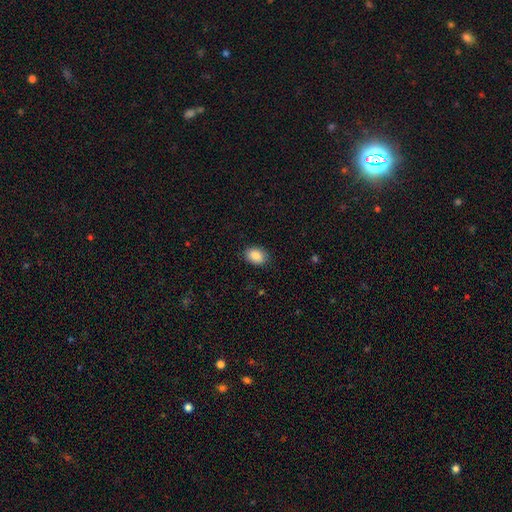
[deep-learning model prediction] Smooth or featured?
  - smooth: 88% *
  - star or artifact: 8%
  - featured or disk: 5%
How rounded?
  - in between: 78% *
  - round: 21%
  - cigar-shaped: 1%
Merging?
  - none: 86% *
  - minor disturbance: 11%
  - major disturbance: 2%
  - merger: 1%